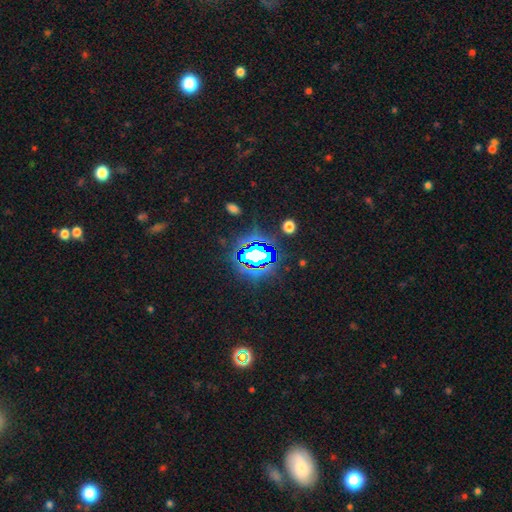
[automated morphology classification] star or artifact 70%, smooth 16%, featured or disk 14%.